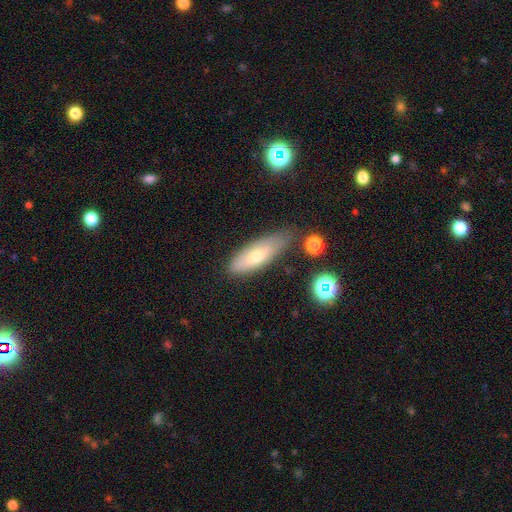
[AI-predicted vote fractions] A smooth galaxy with no disk features (60%) that is in between round and cigar-shaped (52%).

Vote fractions:
- Smooth or featured? smooth: 60% / featured or disk: 31% / star or artifact: 9%
- How rounded? in between: 52% / cigar-shaped: 46% / round: 3%
- Merging? none: 66% / minor disturbance: 24% / major disturbance: 6% / merger: 4%